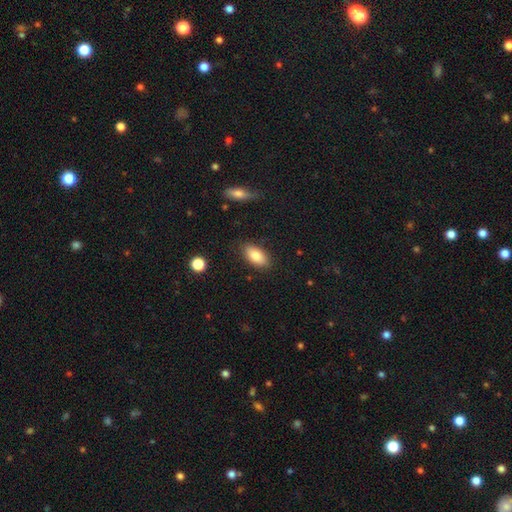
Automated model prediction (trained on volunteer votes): Overall: smooth (84%). How rounded: in between (91%). Merging: none (85%).